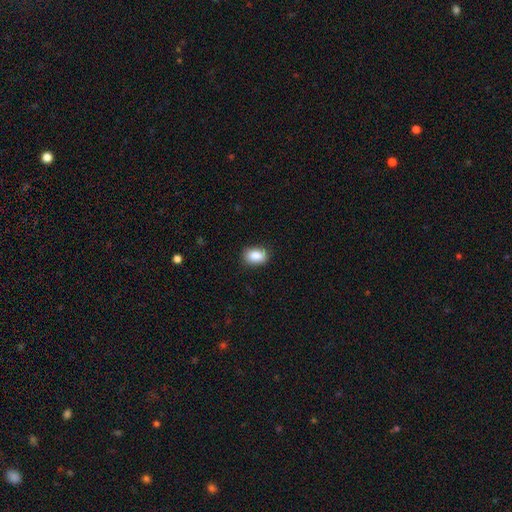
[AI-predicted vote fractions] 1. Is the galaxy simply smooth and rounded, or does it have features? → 87% smooth, 8% star or artifact, 5% featured or disk.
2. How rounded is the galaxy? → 77% in between, 22% round, 1% cigar-shaped.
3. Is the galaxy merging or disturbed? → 83% none, 13% minor disturbance, 3% major disturbance, 1% merger.